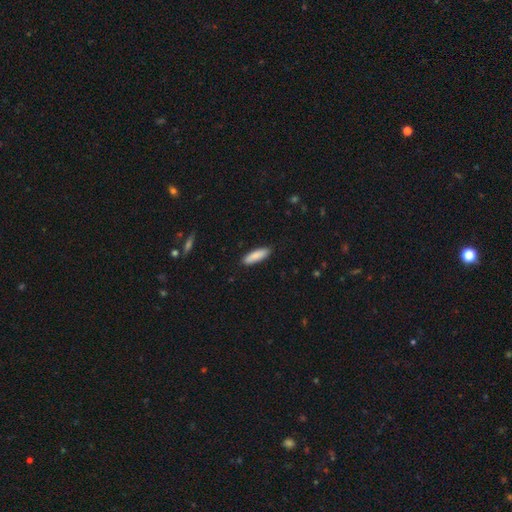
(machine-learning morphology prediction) Overall: smooth (87%). How rounded: cigar-shaped (57%; in between 41%). Merging: none (89%).